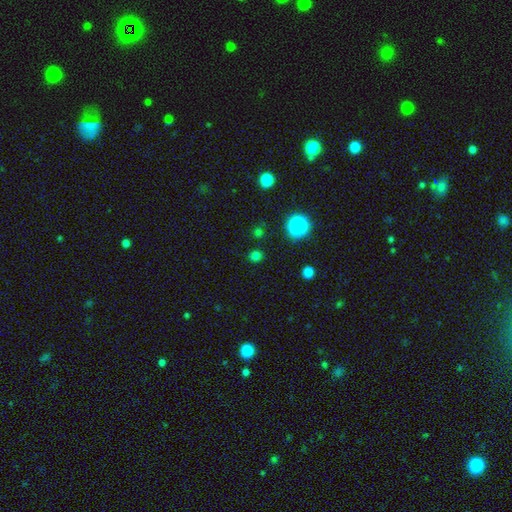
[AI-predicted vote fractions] This appears to be a smooth galaxy with no disk features (70%) that is round (88%). Merging: none (86%).